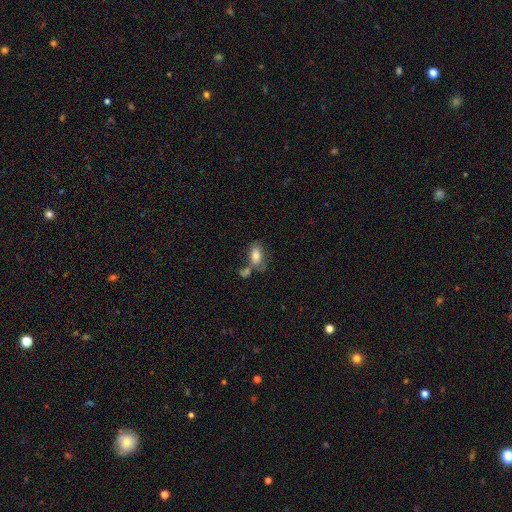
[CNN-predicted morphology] Smooth or featured?
  - smooth: 75% *
  - featured or disk: 17%
  - star or artifact: 8%
How rounded?
  - in between: 90% *
  - round: 7%
  - cigar-shaped: 3%
Merging?
  - none: 45% *
  - merger: 28%
  - minor disturbance: 18%
  - major disturbance: 10%